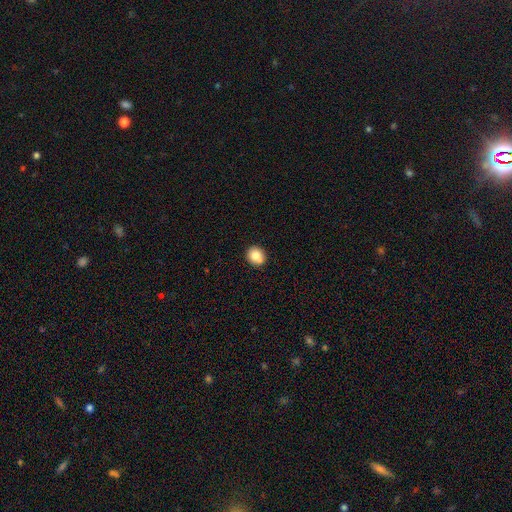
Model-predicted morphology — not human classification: Smooth or featured: smooth — 84% (star or artifact — 9%)
How rounded: round — 79% (in between — 21%)
Merging: none — 85% (minor disturbance — 10%)